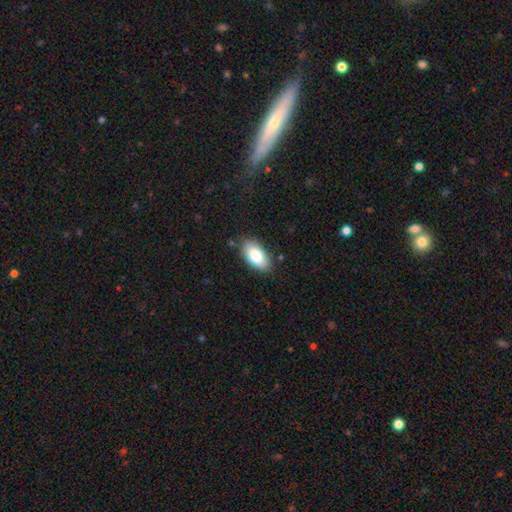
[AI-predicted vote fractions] Smooth or featured?
  - smooth: 83% *
  - featured or disk: 10%
  - star or artifact: 7%
How rounded?
  - in between: 94% *
  - cigar-shaped: 3%
  - round: 3%
Merging?
  - none: 83% *
  - minor disturbance: 13%
  - major disturbance: 3%
  - merger: 2%